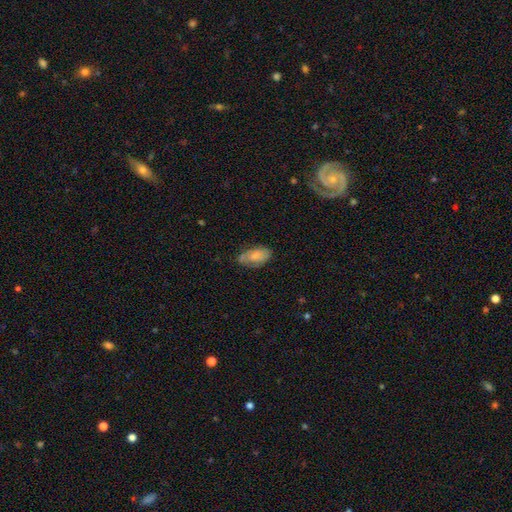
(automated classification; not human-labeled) smooth_or_featured: smooth (p=0.68) [alt: featured or disk p=0.25]
how_rounded: in between (p=0.93) [alt: round p=0.04]
merging: none (p=0.67) [alt: minor disturbance p=0.25]